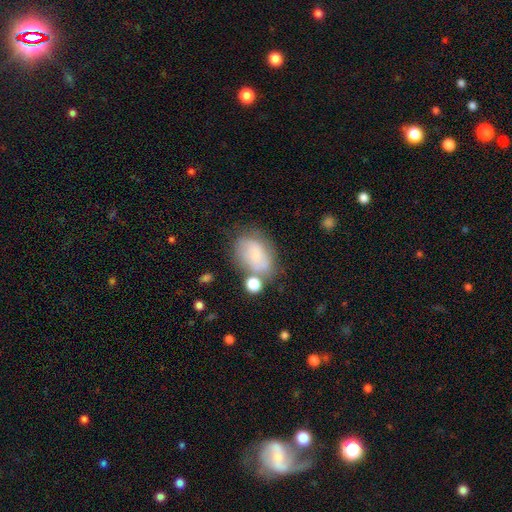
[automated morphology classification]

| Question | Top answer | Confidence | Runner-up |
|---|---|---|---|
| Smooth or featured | smooth | 63% | featured or disk (27%) |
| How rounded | in between | 76% | round (23%) |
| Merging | none | 48% | minor disturbance (25%) |